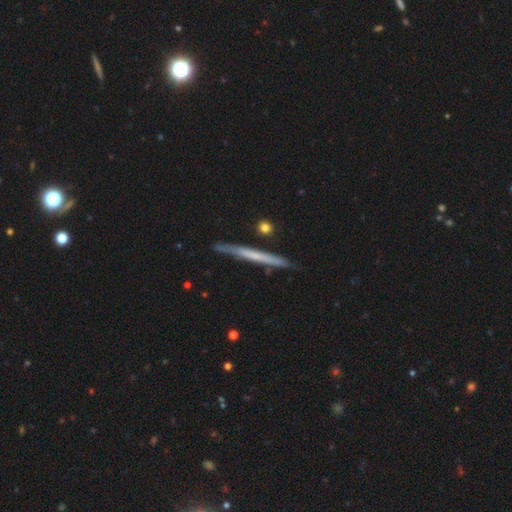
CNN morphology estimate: featured or disk 54%, smooth 41%, star or artifact 5%. Down the decision tree: edge-on disk — yes (96%); edge-on bulge — none (85%); merging — none (85%).